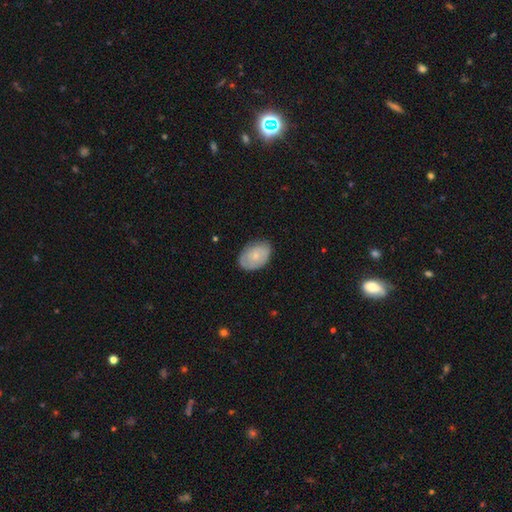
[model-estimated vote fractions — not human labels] This appears to be a smooth galaxy with no disk features (68%) that is in between round and cigar-shaped (83%). Merging: none (77%).